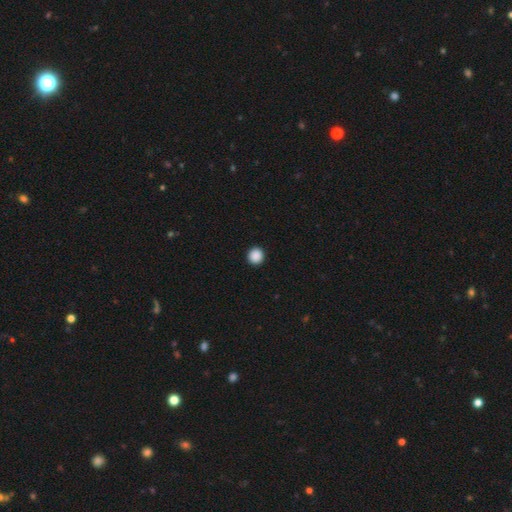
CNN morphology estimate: This appears to be a smooth galaxy with no disk features (89%) that is round (93%). Merging: none (94%).